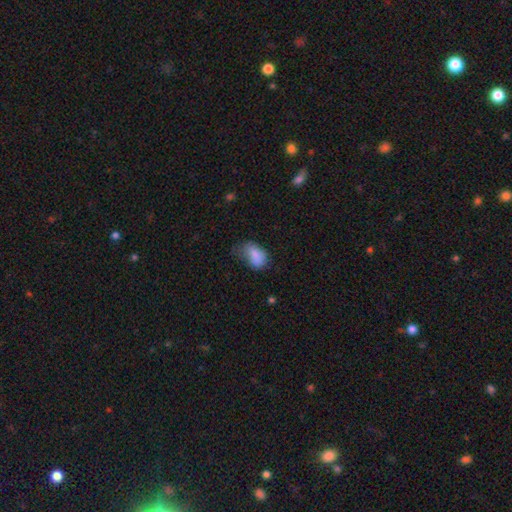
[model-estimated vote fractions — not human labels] smooth_or_featured: smooth (p=0.81) [alt: featured or disk p=0.10]
how_rounded: in between (p=0.87) [alt: round p=0.11]
merging: minor disturbance (p=0.38) [alt: none p=0.32]